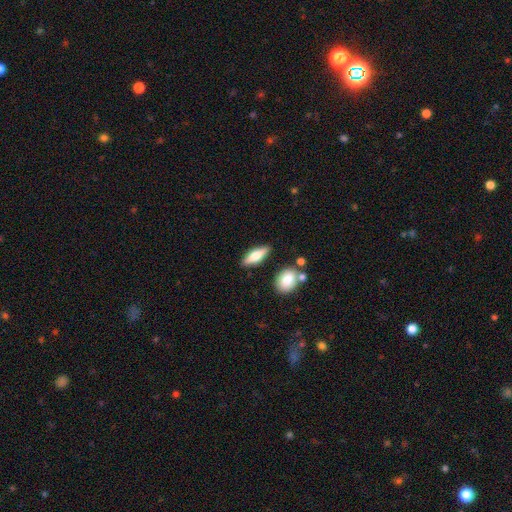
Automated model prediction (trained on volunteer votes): This is likely a smooth galaxy (64%). How rounded: likely in between (62%). Merging: clearly none (82%).